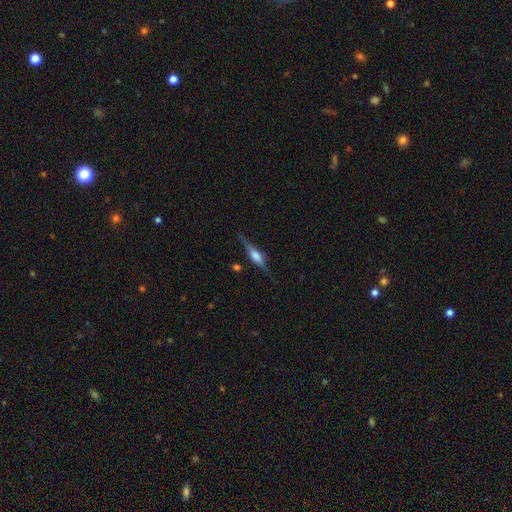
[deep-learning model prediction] Morphology: type=featured or disk (70%); edge-on=yes (96%); edge-on bulge=rounded (63%); merging=none (80%).